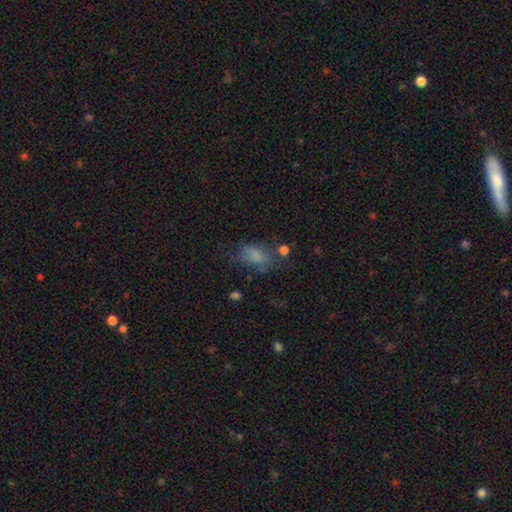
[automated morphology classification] A smooth galaxy with no disk features (72%) that is in between round and cigar-shaped (86%).

Vote fractions:
- Smooth or featured? smooth: 72% / featured or disk: 16% / star or artifact: 13%
- How rounded? in between: 86% / round: 11% / cigar-shaped: 3%
- Merging? none: 47% / minor disturbance: 27% / major disturbance: 19% / merger: 7%